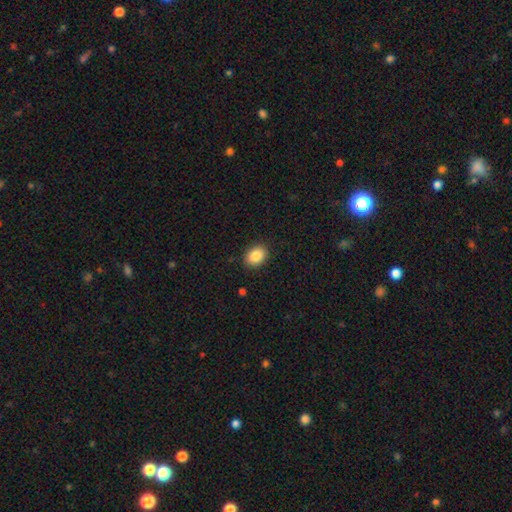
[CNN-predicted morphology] This is clearly a smooth galaxy (87%). How rounded: likely in between (68%). Merging: clearly none (89%).